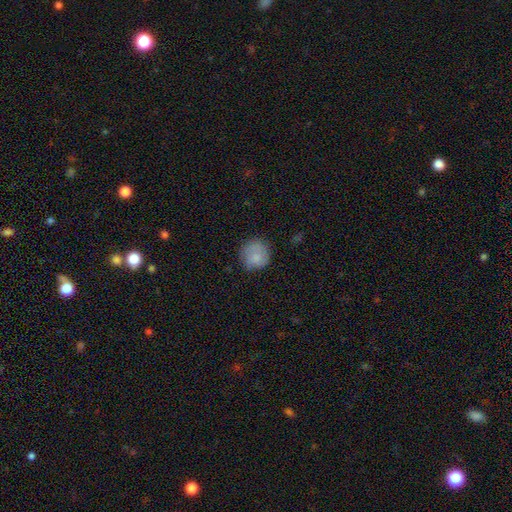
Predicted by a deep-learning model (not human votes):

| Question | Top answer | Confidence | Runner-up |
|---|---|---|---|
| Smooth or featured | smooth | 79% | featured or disk (14%) |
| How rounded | round | 87% | in between (12%) |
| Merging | none | 70% | minor disturbance (22%) |